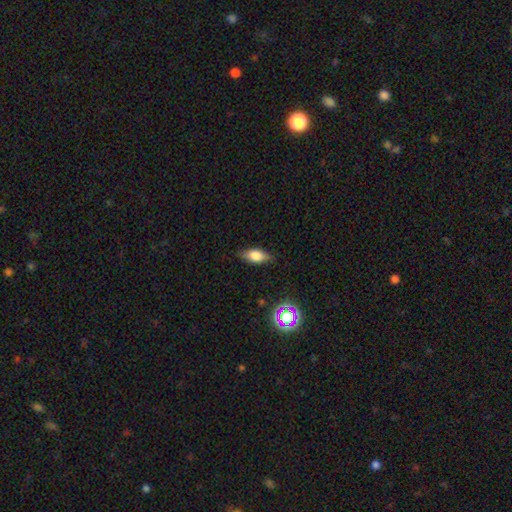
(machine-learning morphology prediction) Overall: smooth (68%). How rounded: in between (81%). Merging: none (81%).